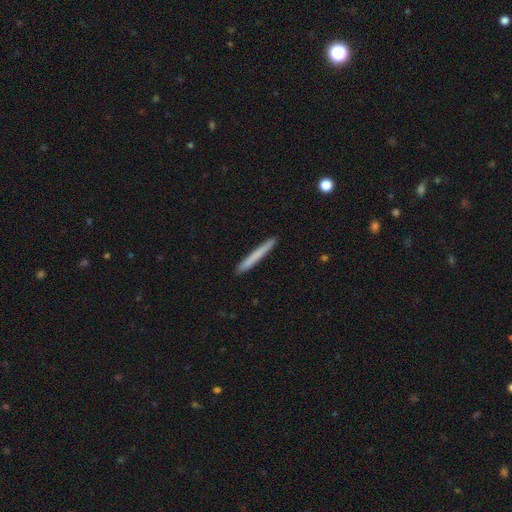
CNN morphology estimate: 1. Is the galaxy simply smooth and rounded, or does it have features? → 72% smooth, 23% featured or disk, 6% star or artifact.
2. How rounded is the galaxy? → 97% cigar-shaped, 2% in between, 1% round.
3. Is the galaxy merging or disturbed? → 92% none, 6% minor disturbance, 1% major disturbance, 1% merger.